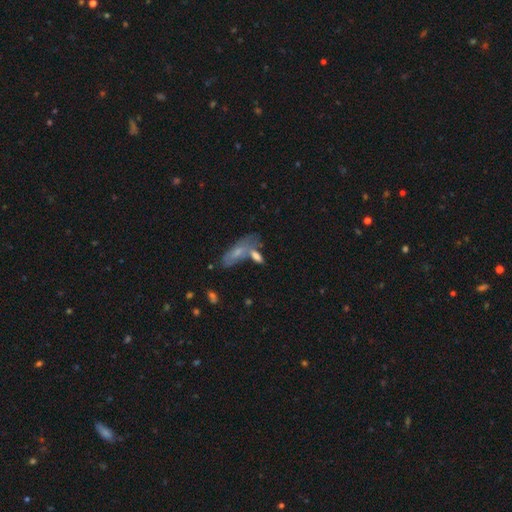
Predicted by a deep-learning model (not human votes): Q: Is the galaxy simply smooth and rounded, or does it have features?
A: smooth — 67%.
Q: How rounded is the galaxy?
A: in between — 67%.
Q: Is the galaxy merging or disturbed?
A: none — 43%.